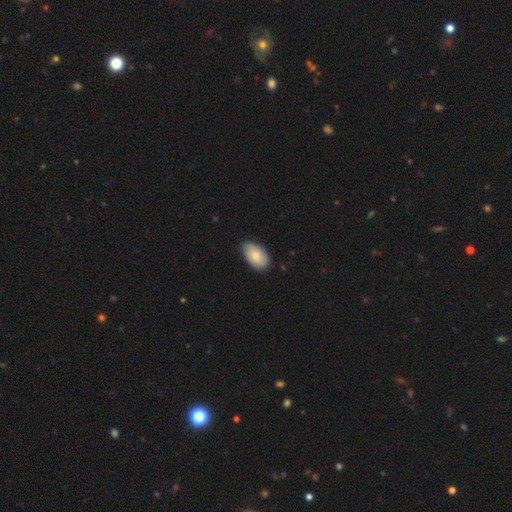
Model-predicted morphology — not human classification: type=smooth (74%); roundness=in between (92%); merging=none (63%).